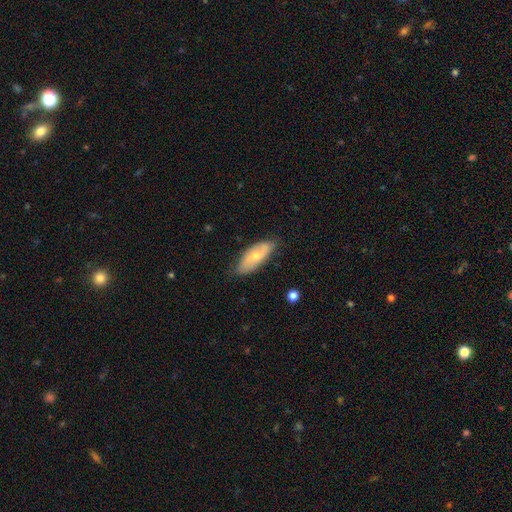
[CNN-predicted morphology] A smooth galaxy with no disk features (54%) that is in between round and cigar-shaped (80%). Merging: none (72%).